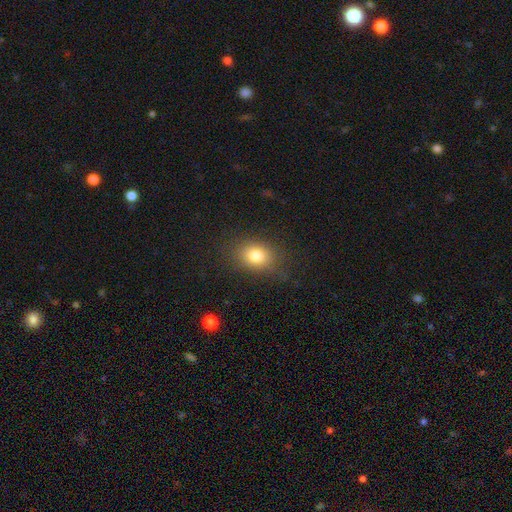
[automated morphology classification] Smooth or featured? smooth (80%)
How rounded? in between (58%)
Merging? none (80%)